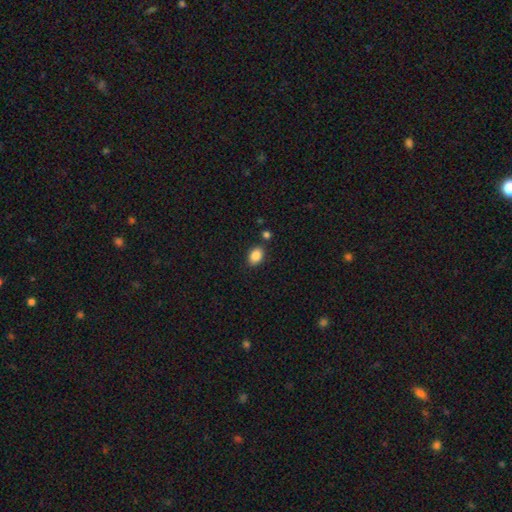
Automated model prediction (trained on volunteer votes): Smooth or featured? Predicted: smooth (p=0.87). How rounded? Predicted: in between (p=0.80). Merging? Predicted: none (p=0.81).